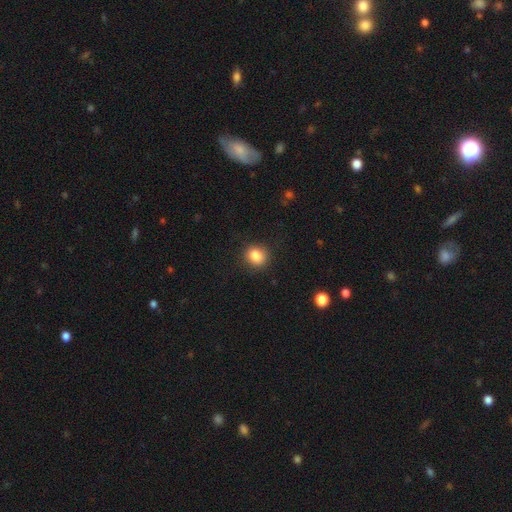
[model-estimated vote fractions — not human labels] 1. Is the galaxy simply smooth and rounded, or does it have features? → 85% smooth, 10% star or artifact, 5% featured or disk.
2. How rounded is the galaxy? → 77% round, 22% in between, 1% cigar-shaped.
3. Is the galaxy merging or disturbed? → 88% none, 8% minor disturbance, 2% major disturbance, 1% merger.